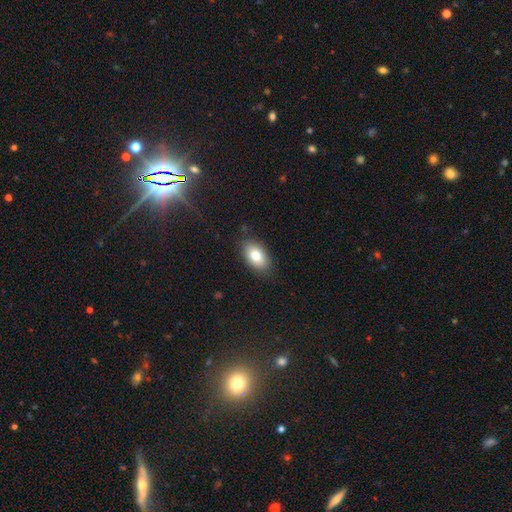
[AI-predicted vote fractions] The model was most divided on "smooth or featured": smooth: 79%, featured or disk: 14%, star or artifact: 8%. More confident: how rounded — in between (92%); merging — none (85%).